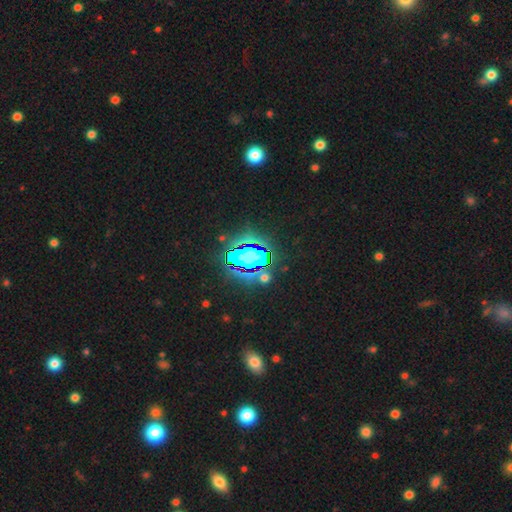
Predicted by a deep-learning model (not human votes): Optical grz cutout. It shows a star or artifact, not a galaxy (78%).